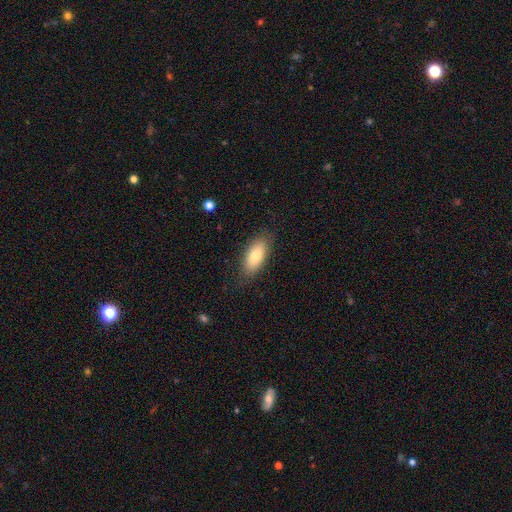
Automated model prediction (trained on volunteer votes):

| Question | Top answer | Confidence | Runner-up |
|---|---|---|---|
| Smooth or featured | smooth | 75% | featured or disk (18%) |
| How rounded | in between | 86% | cigar-shaped (11%) |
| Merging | none | 82% | minor disturbance (14%) |